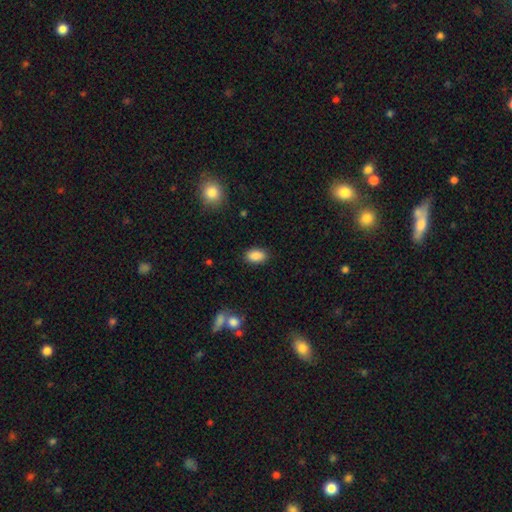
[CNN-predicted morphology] A smooth galaxy with no disk features (87%) that is in between round and cigar-shaped (90%). Merging: none (87%).